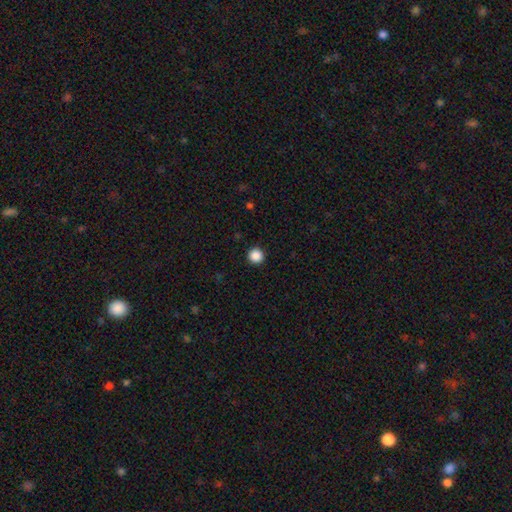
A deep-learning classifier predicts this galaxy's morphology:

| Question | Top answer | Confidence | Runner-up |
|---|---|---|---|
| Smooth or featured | smooth | 88% | star or artifact (10%) |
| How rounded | round | 96% | in between (3%) |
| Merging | none | 93% | minor disturbance (5%) |